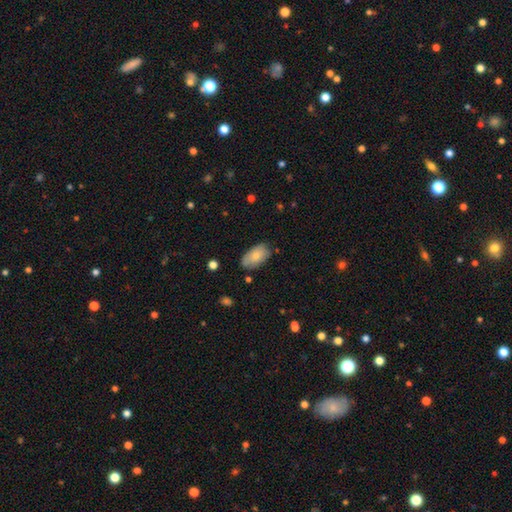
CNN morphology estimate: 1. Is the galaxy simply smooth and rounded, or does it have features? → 77% smooth, 16% featured or disk, 6% star or artifact.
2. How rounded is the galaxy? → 94% in between, 5% round, 2% cigar-shaped.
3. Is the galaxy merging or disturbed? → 75% none, 19% minor disturbance, 4% major disturbance, 2% merger.